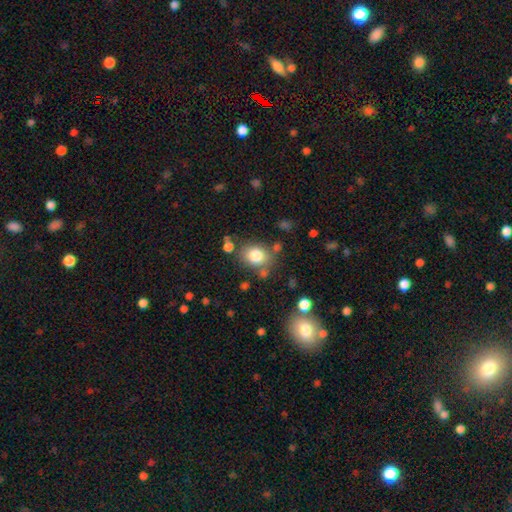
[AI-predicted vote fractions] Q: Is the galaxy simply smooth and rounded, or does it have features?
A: smooth — 80%.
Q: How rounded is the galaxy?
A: round — 52%.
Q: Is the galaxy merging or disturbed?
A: none — 69%.